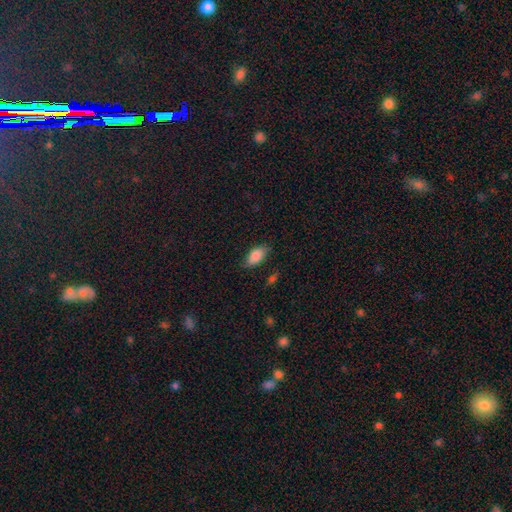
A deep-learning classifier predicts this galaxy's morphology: smooth-or-featured: smooth: 85% | featured or disk: 8% | star or artifact: 7%
  how-rounded: in between: 92% | cigar-shaped: 5% | round: 4%
  merging: none: 74% | minor disturbance: 20% | major disturbance: 4% | merger: 2%